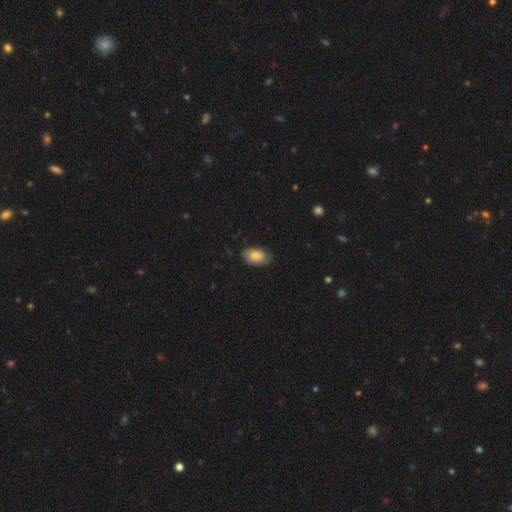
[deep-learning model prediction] Smooth or featured? Predicted: smooth (p=0.84). How rounded? Predicted: in between (p=0.93). Merging? Predicted: none (p=0.78).